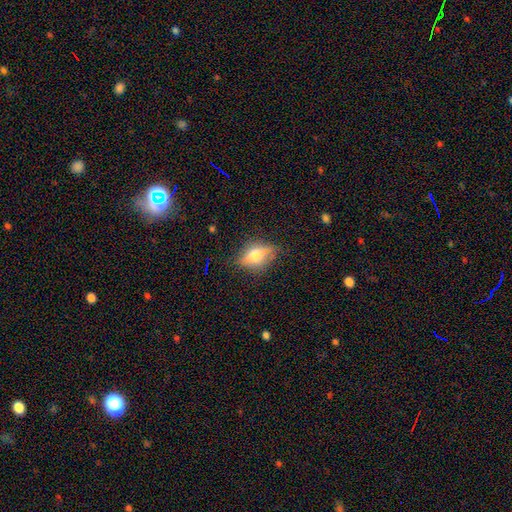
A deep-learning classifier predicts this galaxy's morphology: Smooth or featured: smooth — 51% (featured or disk — 39%)
How rounded: in between — 74% (round — 15%)
Merging: none — 76% (minor disturbance — 17%)